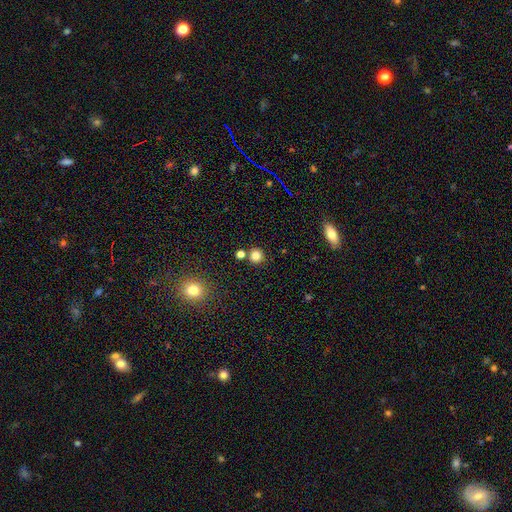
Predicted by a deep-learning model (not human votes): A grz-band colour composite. It shows a smooth galaxy with no disk features (81%) that is round (93%). Merging: none (81%).